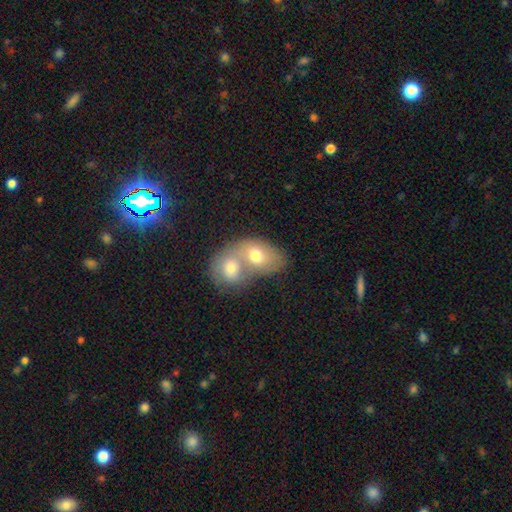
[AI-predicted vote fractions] This is likely a smooth galaxy (66%). How rounded: likely in between (73%). Merging: likely merger (72%).